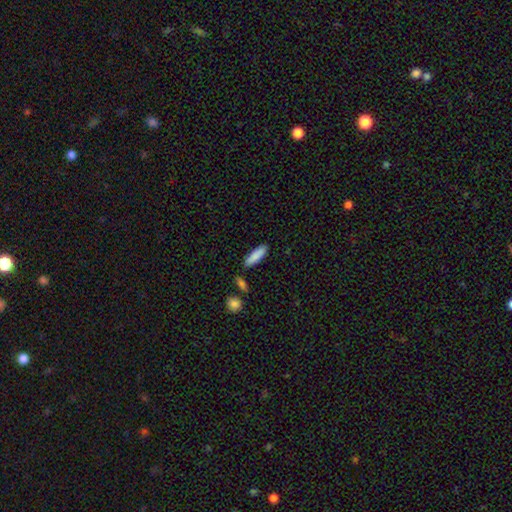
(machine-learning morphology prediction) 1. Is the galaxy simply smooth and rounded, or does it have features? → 86% smooth, 8% featured or disk, 6% star or artifact.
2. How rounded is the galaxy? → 59% cigar-shaped, 40% in between, 2% round.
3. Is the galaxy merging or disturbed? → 85% none, 10% minor disturbance, 4% merger, 2% major disturbance.